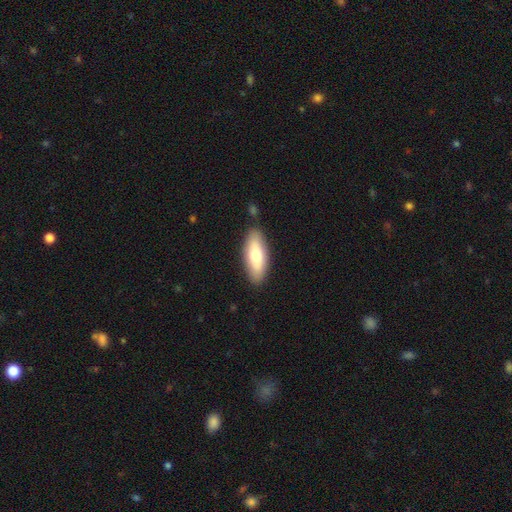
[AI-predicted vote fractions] smooth 71%, featured or disk 24%, star or artifact 6%. Down the decision tree: how rounded — in between (71%); merging — none (84%).